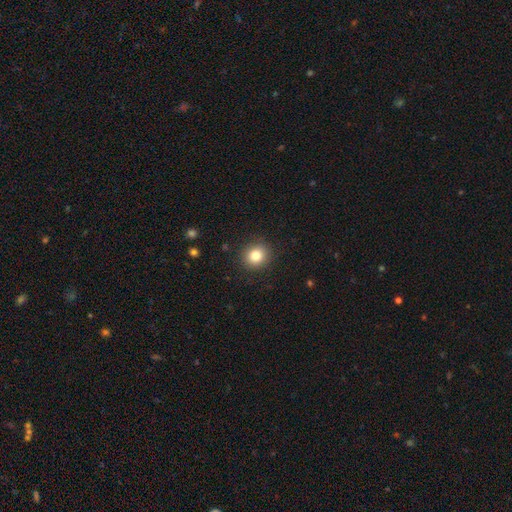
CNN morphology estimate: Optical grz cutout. It shows a smooth galaxy with no disk features (83%) that is round (86%). Merging: none (90%).